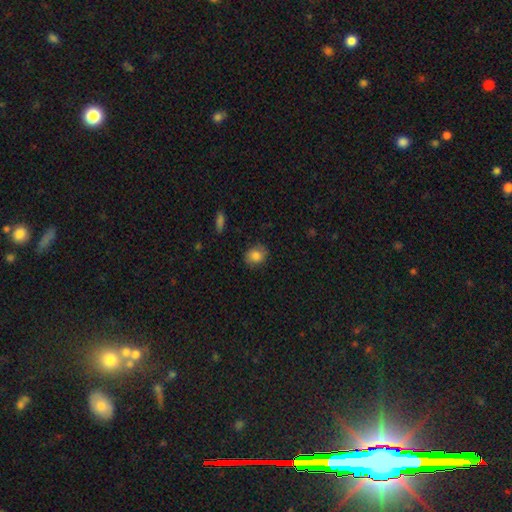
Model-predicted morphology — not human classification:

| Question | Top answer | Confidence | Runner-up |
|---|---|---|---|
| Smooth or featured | smooth | 83% | star or artifact (9%) |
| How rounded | round | 55% | in between (44%) |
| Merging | none | 82% | minor disturbance (14%) |